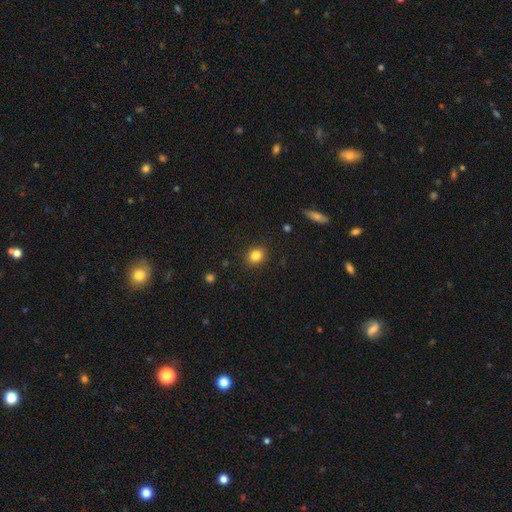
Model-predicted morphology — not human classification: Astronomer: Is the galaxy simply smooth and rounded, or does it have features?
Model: smooth — 83%.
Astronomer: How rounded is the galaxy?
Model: round — 68%.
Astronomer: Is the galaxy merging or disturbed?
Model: none — 89%.